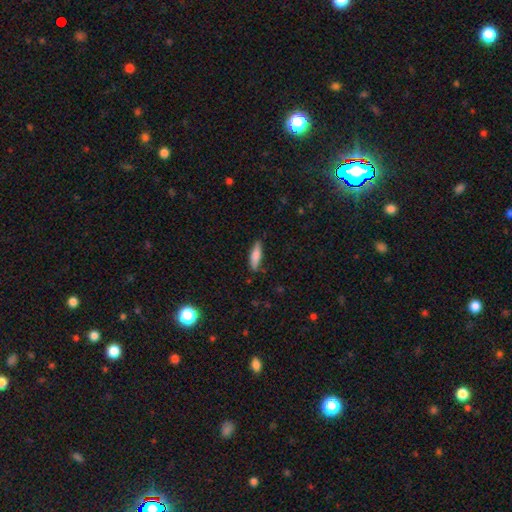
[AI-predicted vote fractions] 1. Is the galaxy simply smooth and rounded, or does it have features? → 80% smooth, 14% featured or disk, 6% star or artifact.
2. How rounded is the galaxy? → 57% cigar-shaped, 42% in between, 2% round.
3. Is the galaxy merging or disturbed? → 80% none, 15% minor disturbance, 3% major disturbance, 2% merger.